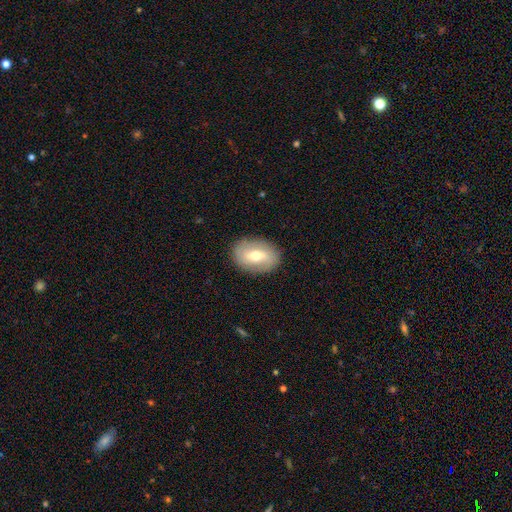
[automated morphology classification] A smooth galaxy with no disk features (51%) that is in between round and cigar-shaped (77%).

Vote fractions:
- Smooth or featured? smooth: 51% / featured or disk: 42% / star or artifact: 7%
- How rounded? in between: 77% / round: 22% / cigar-shaped: 2%
- Merging? none: 87% / minor disturbance: 9% / major disturbance: 3% / merger: 1%